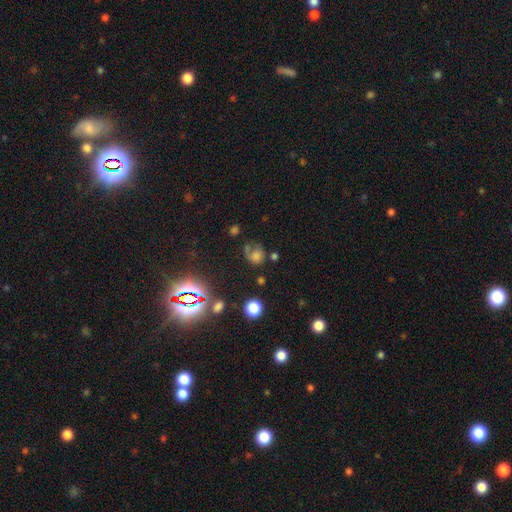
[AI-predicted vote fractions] Smooth or featured? smooth (55%)
How rounded? round (64%)
Merging? none (40%)